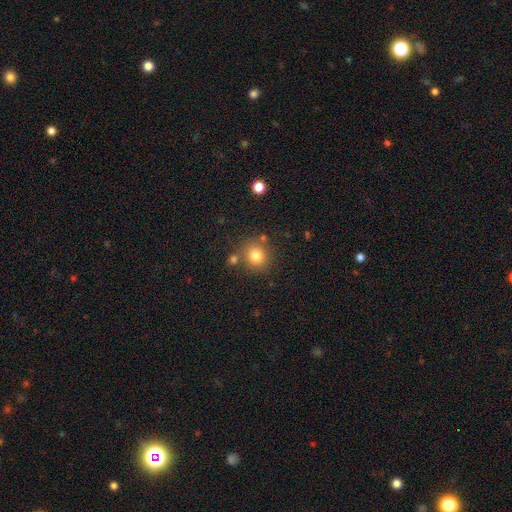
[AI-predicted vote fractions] smooth-or-featured: smooth: 80% | star or artifact: 12% | featured or disk: 8%
  how-rounded: round: 87% | in between: 12% | cigar-shaped: 1%
  merging: none: 76% | minor disturbance: 10% | merger: 10% | major disturbance: 4%